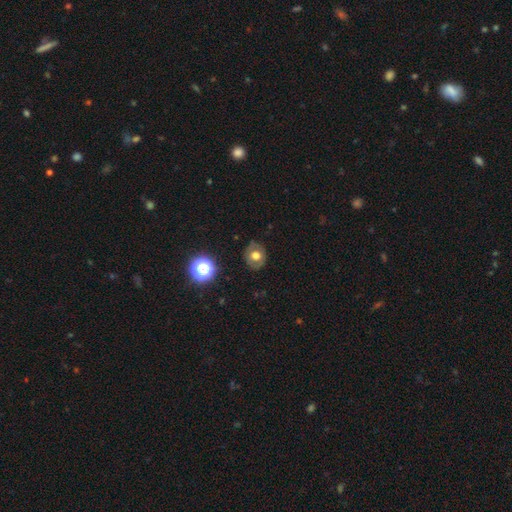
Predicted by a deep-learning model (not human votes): This is likely a smooth galaxy (60%). How rounded: likely round (71%). Merging: clearly none (82%).